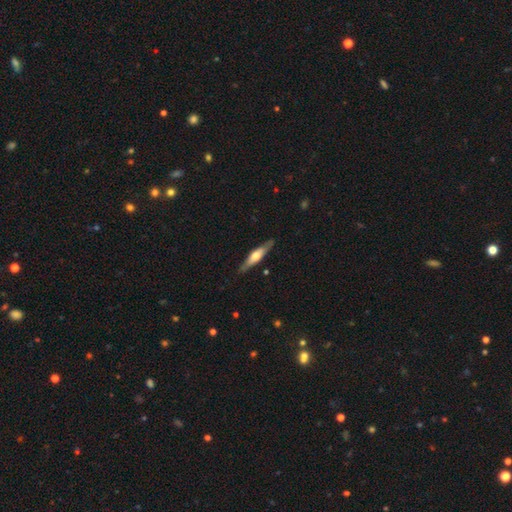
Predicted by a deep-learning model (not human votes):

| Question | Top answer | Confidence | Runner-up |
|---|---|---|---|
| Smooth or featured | featured or disk | 56% | smooth (39%) |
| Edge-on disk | yes | 92% | no (8%) |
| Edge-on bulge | rounded | 82% | boxy (13%) |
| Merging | none | 86% | minor disturbance (11%) |